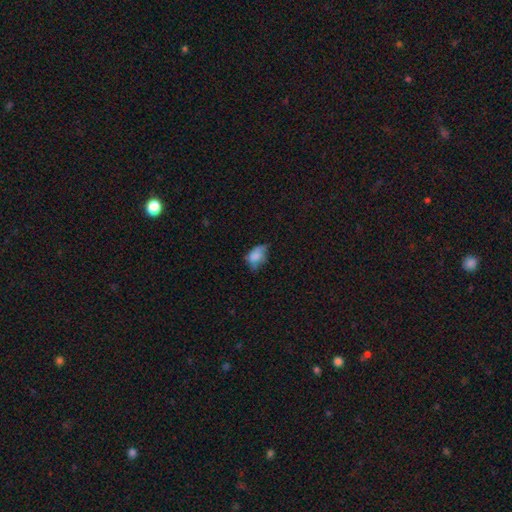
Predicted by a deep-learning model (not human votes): Overall: smooth (74%). How rounded: in between (84%). Merging: none (39%; minor disturbance 38%).